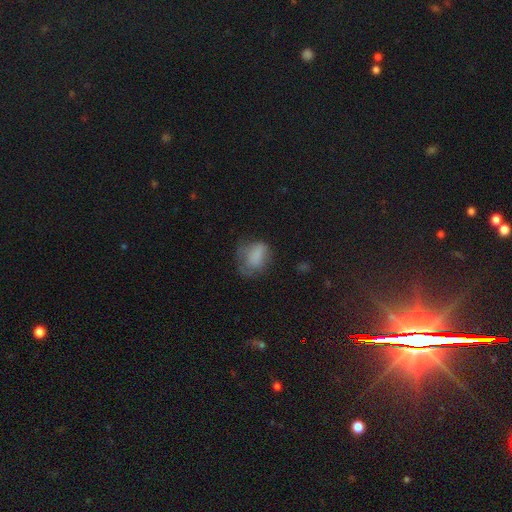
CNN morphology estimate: A smooth galaxy with no disk features (71%) that is in between round and cigar-shaped (63%).

Vote fractions:
- Smooth or featured? smooth: 71% / featured or disk: 18% / star or artifact: 11%
- How rounded? in between: 63% / round: 36% / cigar-shaped: 2%
- Merging? none: 38% / minor disturbance: 30% / major disturbance: 29% / merger: 2%